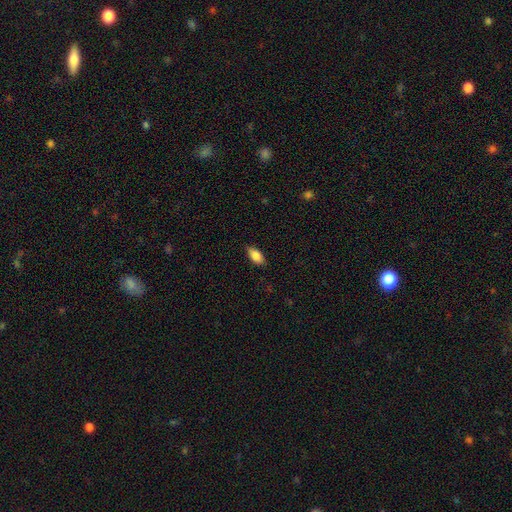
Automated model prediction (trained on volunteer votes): This is clearly a smooth galaxy (84%). How rounded: clearly in between (90%). Merging: clearly none (82%).